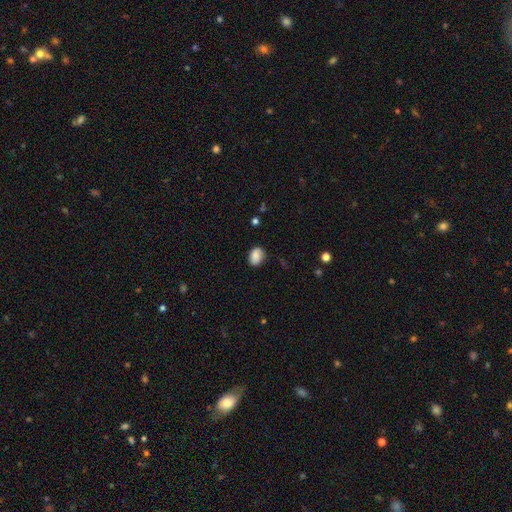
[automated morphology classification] This is clearly a smooth galaxy (85%). How rounded: likely in between (71%). Merging: likely none (78%).